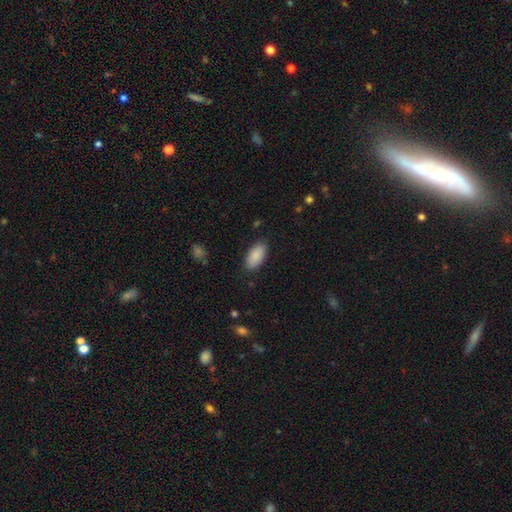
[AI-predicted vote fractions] Smooth or featured? Predicted: smooth (p=0.89). How rounded? Predicted: in between (p=0.93). Merging? Predicted: none (p=0.85).